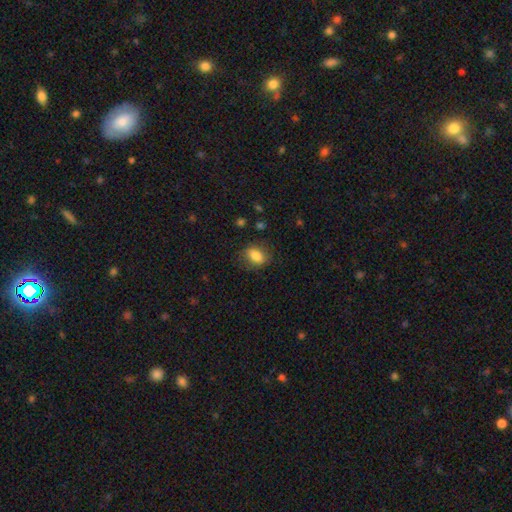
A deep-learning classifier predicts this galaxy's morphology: type=smooth (82%); roundness=in between (75%); merging=none (77%).